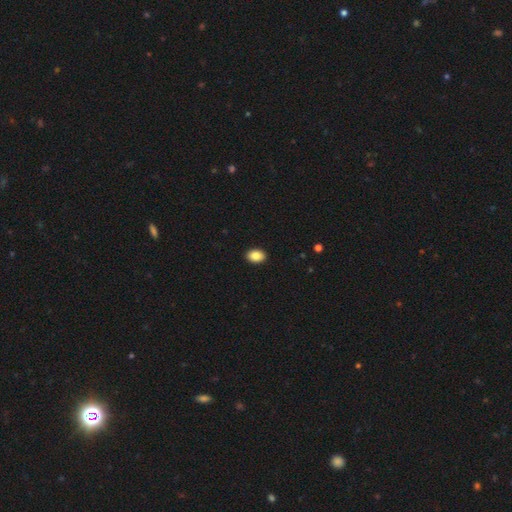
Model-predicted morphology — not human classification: The model was most divided on "how rounded": in between: 81%, round: 18%, cigar-shaped: 1%. More confident: merging — none (92%); smooth or featured — smooth (86%).